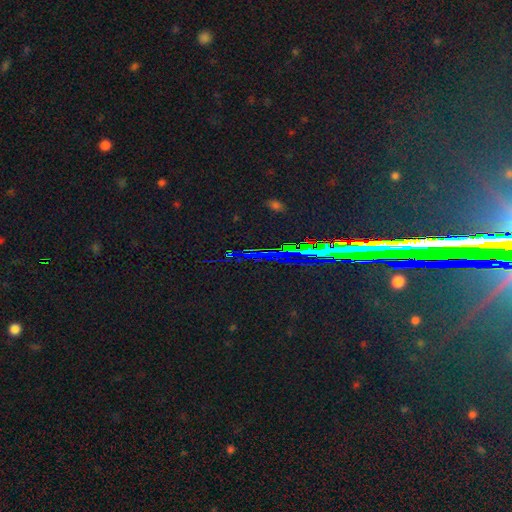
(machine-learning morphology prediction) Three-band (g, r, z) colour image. It shows a star or artifact, not a galaxy (79%).